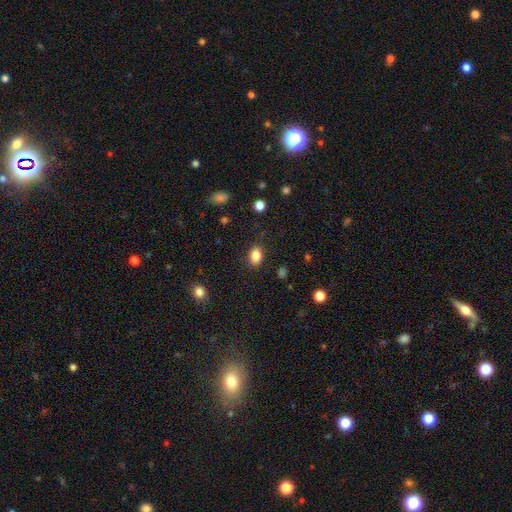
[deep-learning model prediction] This appears to be a smooth galaxy with no disk features (86%) that is in between round and cigar-shaped (80%). Merging: none (85%).